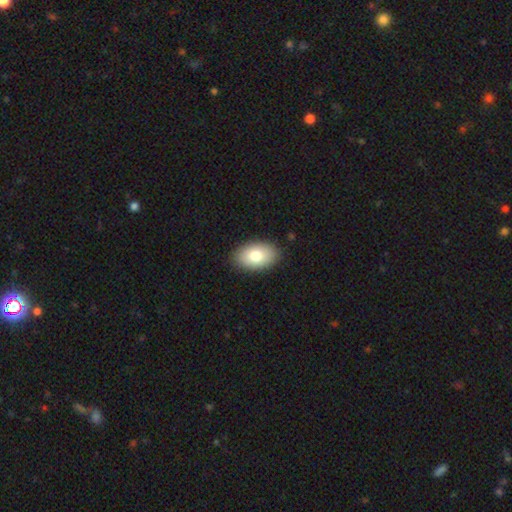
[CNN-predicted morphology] Overall: smooth (80%). How rounded: in between (93%). Merging: none (88%).